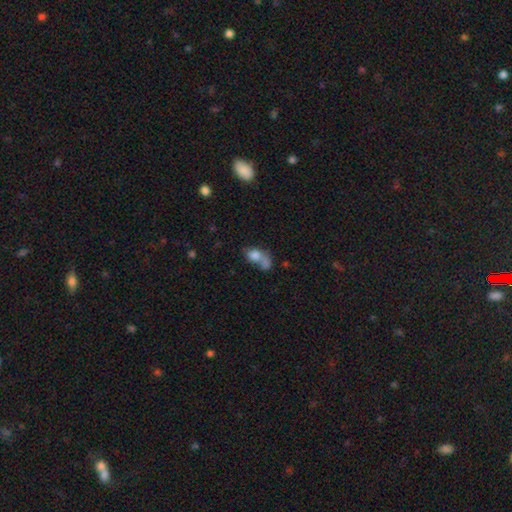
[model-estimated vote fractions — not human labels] Q: Smooth or featured?
A: smooth (74%); runner-up: featured or disk (16%)
Q: How rounded?
A: in between (62%); runner-up: round (34%)
Q: Merging?
A: merger (54%); runner-up: none (21%)